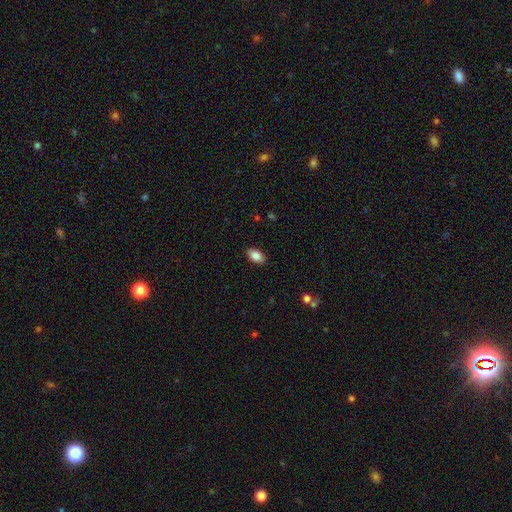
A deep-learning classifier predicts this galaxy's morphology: type=smooth (86%); roundness=in between (92%); merging=none (89%).